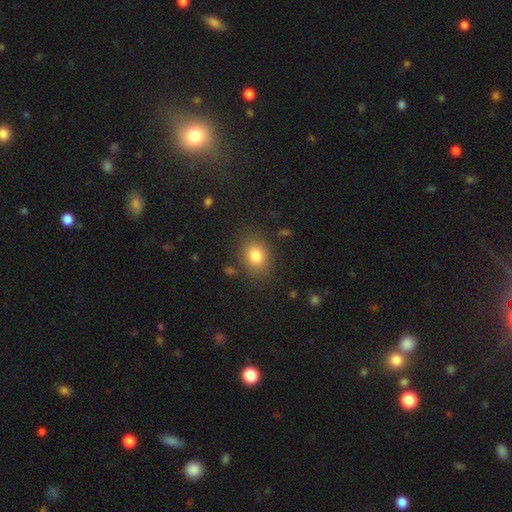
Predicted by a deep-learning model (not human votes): Smooth or featured?
  - smooth: 82% *
  - star or artifact: 10%
  - featured or disk: 8%
How rounded?
  - in between: 56% *
  - round: 43%
  - cigar-shaped: 1%
Merging?
  - none: 81% *
  - minor disturbance: 12%
  - major disturbance: 4%
  - merger: 2%